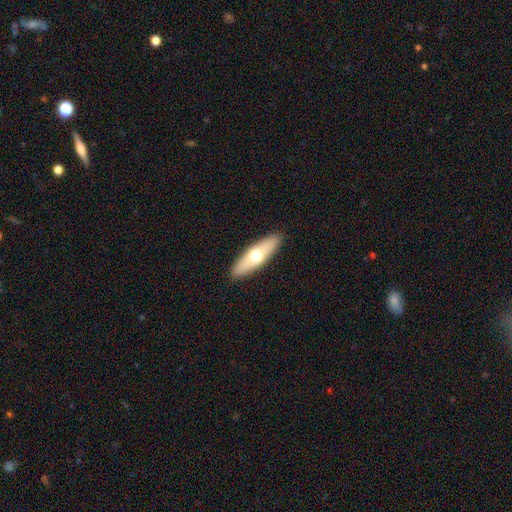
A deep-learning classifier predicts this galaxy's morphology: Smooth or featured? smooth (55%)
How rounded? cigar-shaped (55%)
Merging? none (90%)